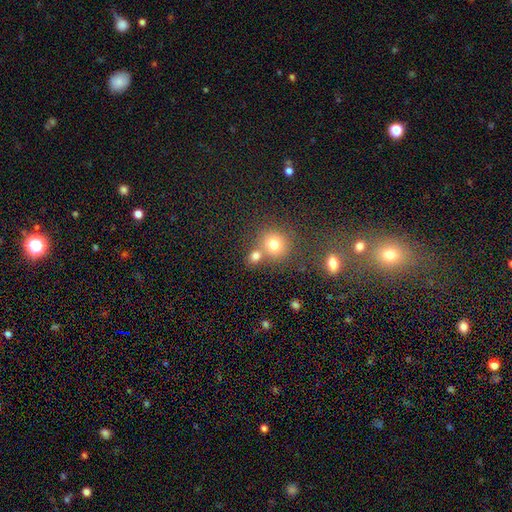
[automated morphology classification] Smooth or featured? smooth (75%)
How rounded? round (75%)
Merging? none (54%)